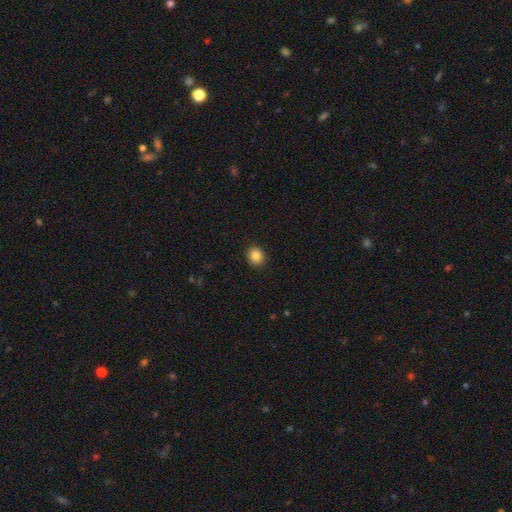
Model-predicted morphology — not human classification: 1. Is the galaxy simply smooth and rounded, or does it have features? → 86% smooth, 10% star or artifact, 4% featured or disk.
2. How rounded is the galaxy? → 76% round, 23% in between, 1% cigar-shaped.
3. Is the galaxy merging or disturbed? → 91% none, 6% minor disturbance, 2% major disturbance, 1% merger.